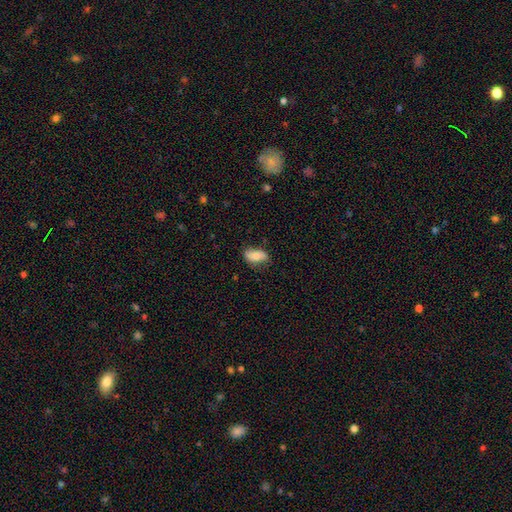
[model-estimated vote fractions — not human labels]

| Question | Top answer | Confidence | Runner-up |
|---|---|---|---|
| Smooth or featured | smooth | 68% | featured or disk (25%) |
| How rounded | in between | 90% | round (5%) |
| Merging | none | 70% | minor disturbance (24%) |